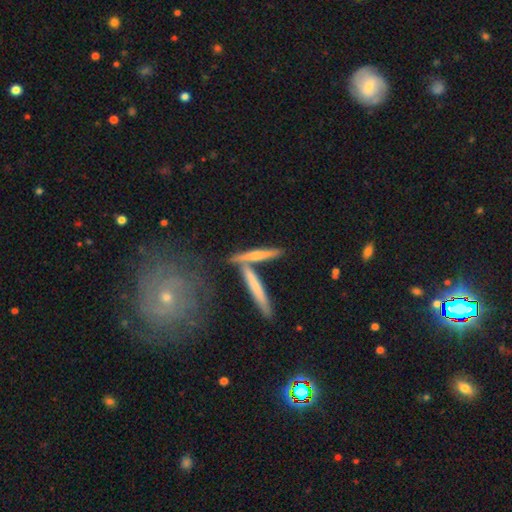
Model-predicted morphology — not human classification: Smooth or featured? Predicted: featured or disk (p=0.47). Merging? Predicted: none (p=0.63).